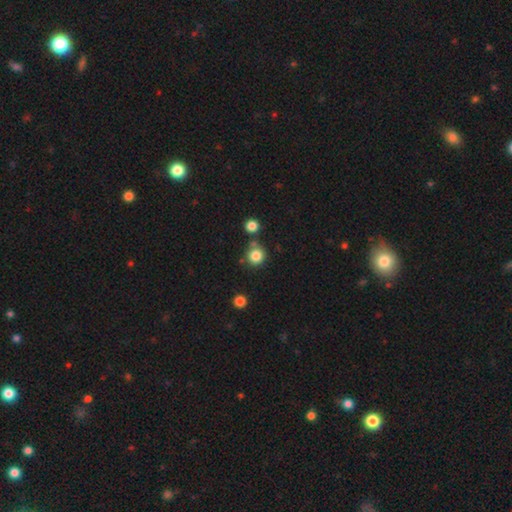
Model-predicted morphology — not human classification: Smooth or featured?
  - smooth: 83% *
  - star or artifact: 12%
  - featured or disk: 5%
How rounded?
  - round: 92% *
  - in between: 7%
  - cigar-shaped: 1%
Merging?
  - none: 71% *
  - merger: 15%
  - minor disturbance: 11%
  - major disturbance: 3%